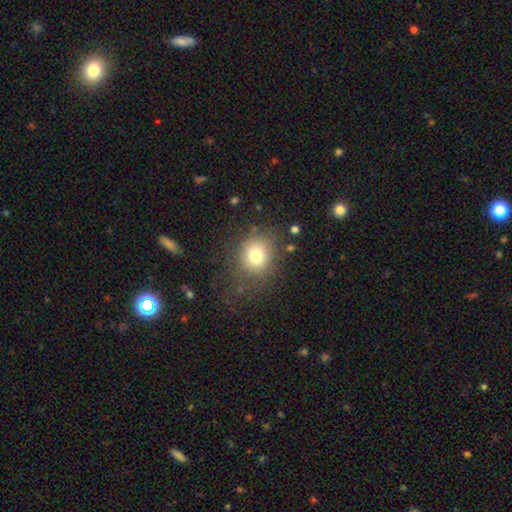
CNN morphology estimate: A smooth galaxy with no disk features (76%) that is round (77%).

Vote fractions:
- Smooth or featured? smooth: 76% / star or artifact: 13% / featured or disk: 11%
- How rounded? round: 77% / in between: 22% / cigar-shaped: 1%
- Merging? none: 74% / minor disturbance: 14% / major disturbance: 9% / merger: 3%